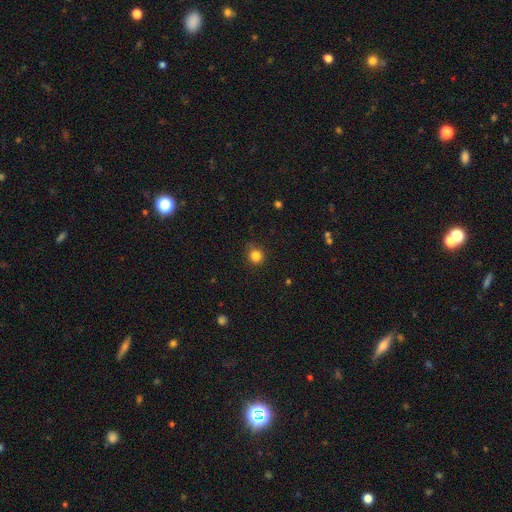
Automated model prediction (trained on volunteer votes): Smooth or featured?
  - smooth: 84% *
  - star or artifact: 12%
  - featured or disk: 4%
How rounded?
  - round: 91% *
  - in between: 8%
  - cigar-shaped: 1%
Merging?
  - none: 82% *
  - minor disturbance: 13%
  - major disturbance: 3%
  - merger: 1%